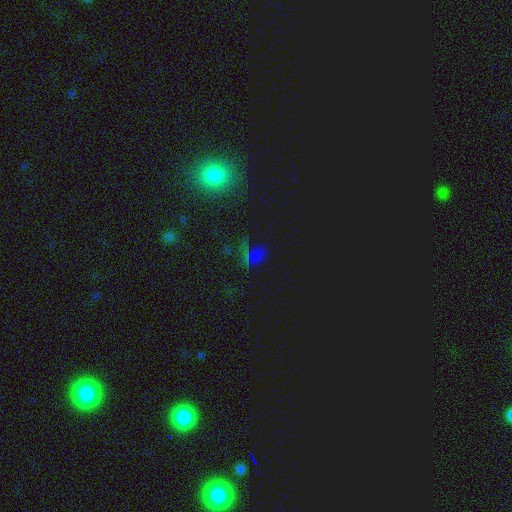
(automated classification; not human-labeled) This appears to be a star or artifact, not a galaxy (61%).